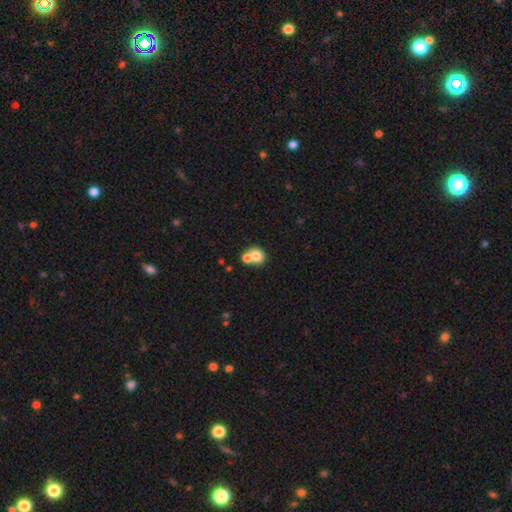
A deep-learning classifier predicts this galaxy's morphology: A smooth galaxy with no disk features (75%) that is round (74%).

Vote fractions:
- Smooth or featured? smooth: 75% / featured or disk: 15% / star or artifact: 10%
- How rounded? round: 74% / in between: 25% / cigar-shaped: 1%
- Merging? merger: 53% / none: 36% / minor disturbance: 7% / major disturbance: 3%